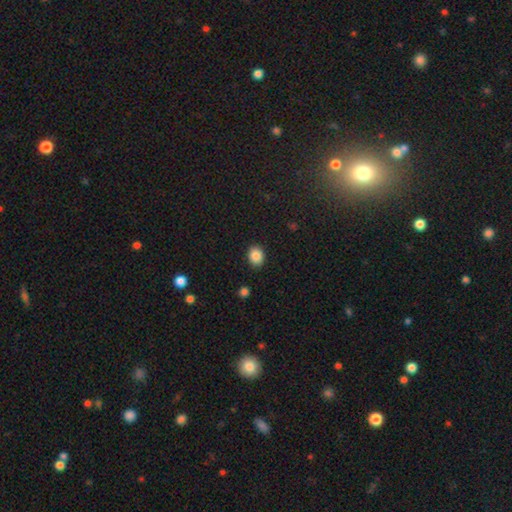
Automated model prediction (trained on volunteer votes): smooth_or_featured: smooth (p=0.87) [alt: star or artifact p=0.09]
how_rounded: round (p=0.56) [alt: in between p=0.44]
merging: none (p=0.89) [alt: minor disturbance p=0.08]